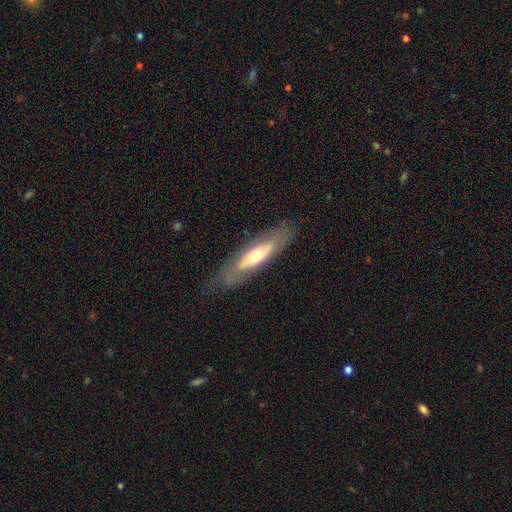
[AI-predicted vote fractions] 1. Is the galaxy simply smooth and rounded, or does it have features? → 53% featured or disk, 41% smooth, 6% star or artifact.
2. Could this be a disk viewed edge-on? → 55% no, 45% yes.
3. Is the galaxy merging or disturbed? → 73% none, 18% minor disturbance, 8% major disturbance, 1% merger.